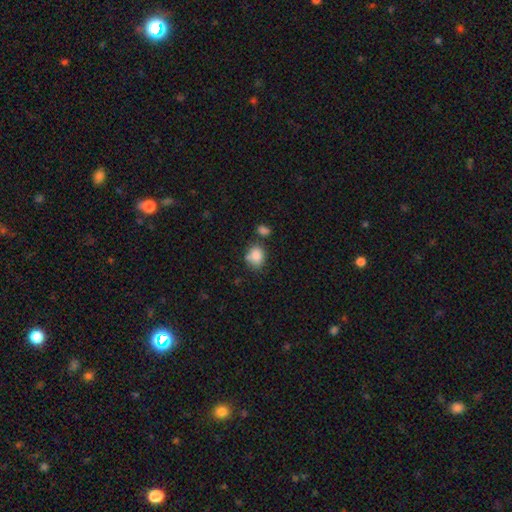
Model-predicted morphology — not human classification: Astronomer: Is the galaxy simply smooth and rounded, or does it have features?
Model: smooth — 84%.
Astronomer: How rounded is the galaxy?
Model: round — 51% (runner-up: in between, 48%).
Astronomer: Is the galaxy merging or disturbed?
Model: none — 57%.